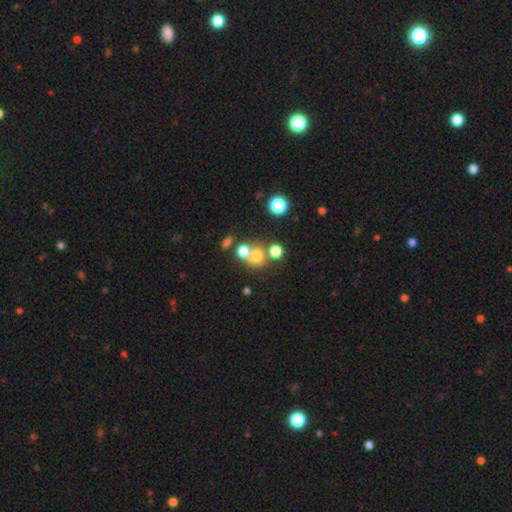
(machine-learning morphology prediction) Overall: smooth (67%). How rounded: round (80%). Merging: none (45%; merger 41%).